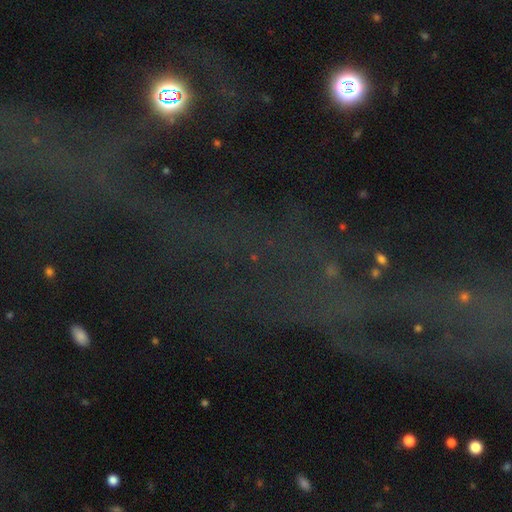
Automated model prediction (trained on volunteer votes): star or artifact 70%, featured or disk 16%, smooth 14%.